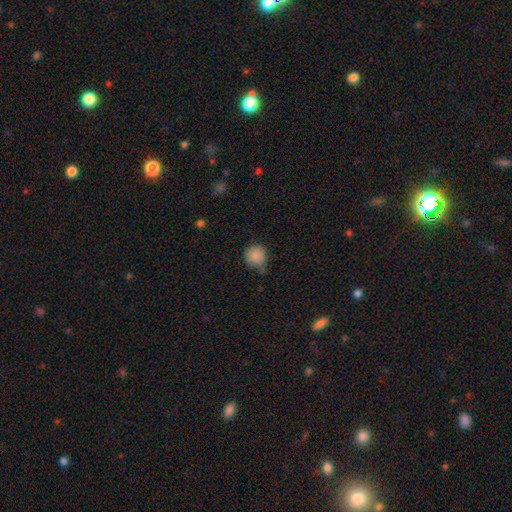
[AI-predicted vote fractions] The model was most divided on "merging": none: 66%, minor disturbance: 25%, merger: 5%, major disturbance: 5%. More confident: how rounded — round (91%); smooth or featured — smooth (85%).